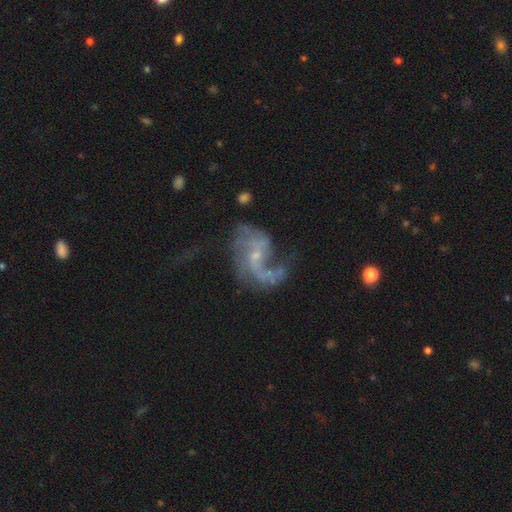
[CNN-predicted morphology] The model was most divided on "bar": no: 53%, weak: 37%, strong: 10%. Remaining: edge-on disk — no (97%); spiral arms — yes (90%); smooth or featured — featured or disk (82%); bulge size — small (73%); spiral arm count — 2 (62%); spiral winding — loose (59%); merging — none (47%).